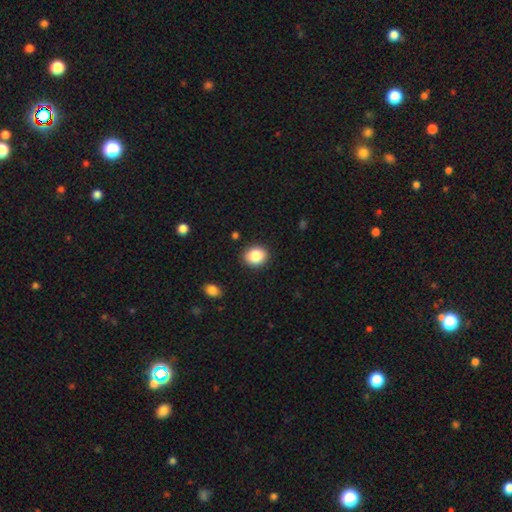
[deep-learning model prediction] Morphology: type=smooth (86%); roundness=round (65%); merging=none (89%).